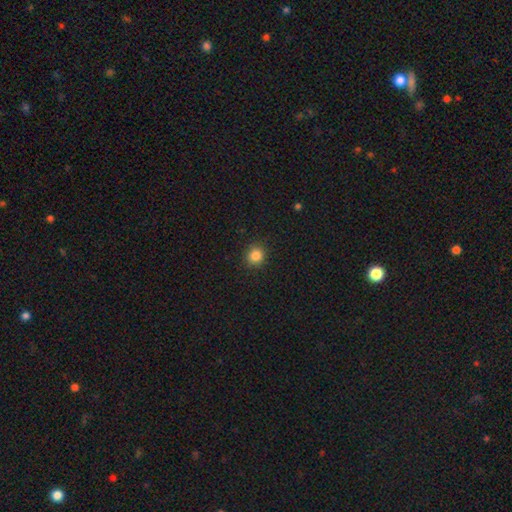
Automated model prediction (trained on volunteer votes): Smooth or featured?
  - smooth: 85% *
  - star or artifact: 11%
  - featured or disk: 4%
How rounded?
  - round: 90% *
  - in between: 9%
  - cigar-shaped: 1%
Merging?
  - none: 91% *
  - minor disturbance: 6%
  - major disturbance: 2%
  - merger: 1%